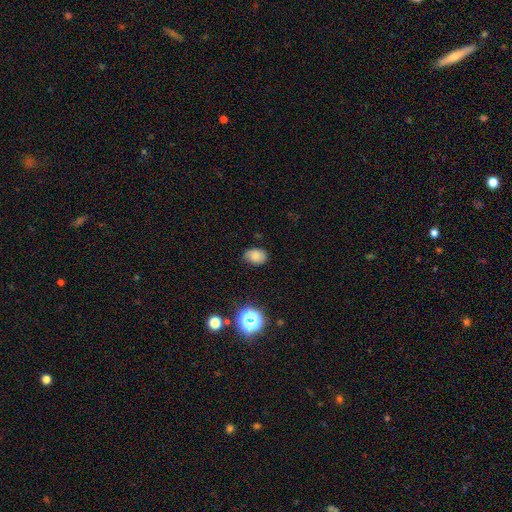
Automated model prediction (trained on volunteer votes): Q: Smooth or featured?
A: smooth (77%); runner-up: star or artifact (13%)
Q: How rounded?
A: in between (65%); runner-up: round (34%)
Q: Merging?
A: none (70%); runner-up: minor disturbance (24%)